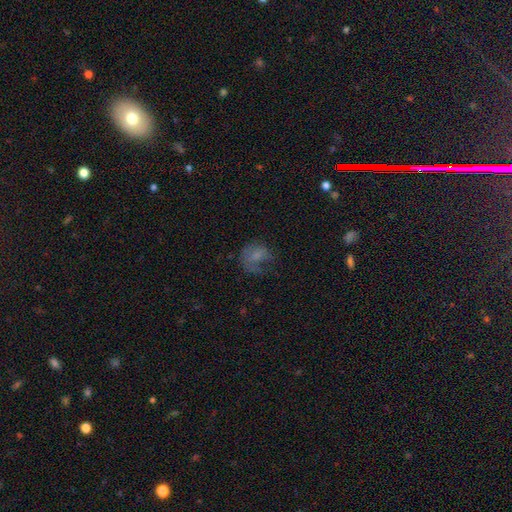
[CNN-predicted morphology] The model was most divided on "how rounded": round: 50%, in between: 48%, cigar-shaped: 1%. Remaining: smooth or featured — smooth (55%); merging — major disturbance (42%).